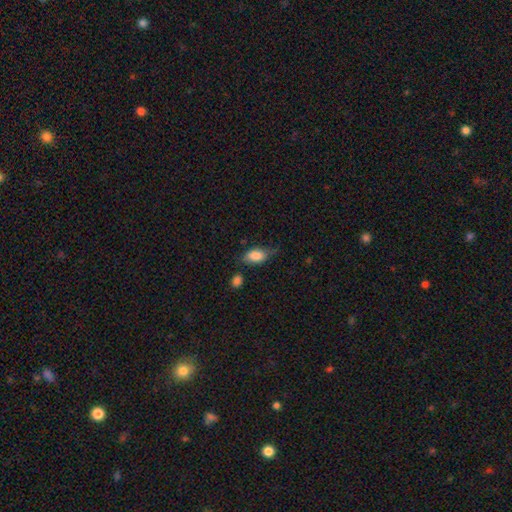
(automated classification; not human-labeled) Overall: smooth (80%). How rounded: in between (88%). Merging: none (53%; minor disturbance 31%).